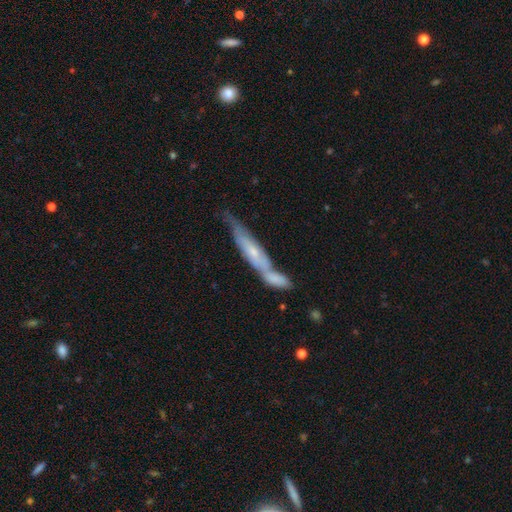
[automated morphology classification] Smooth or featured: featured or disk — 60% (smooth — 33%)
Edge-on disk: yes — 67% (no — 33%)
Merging: none — 40% (merger — 38%)